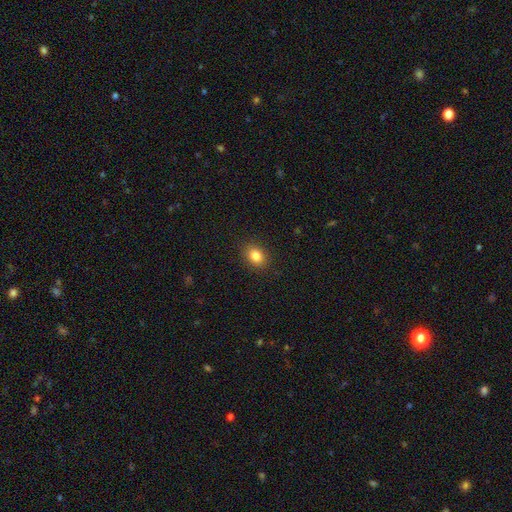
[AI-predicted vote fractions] smooth 84%, star or artifact 10%, featured or disk 6%. Down the decision tree: how rounded — in between (56%); merging — none (88%).